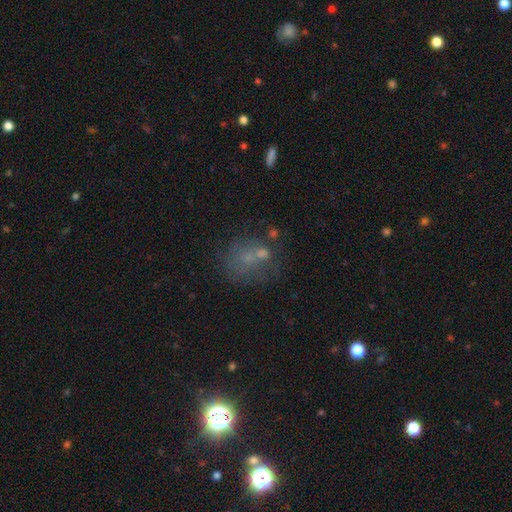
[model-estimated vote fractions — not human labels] This appears to be a smooth galaxy with no disk features (44%). Merging: none (50%).